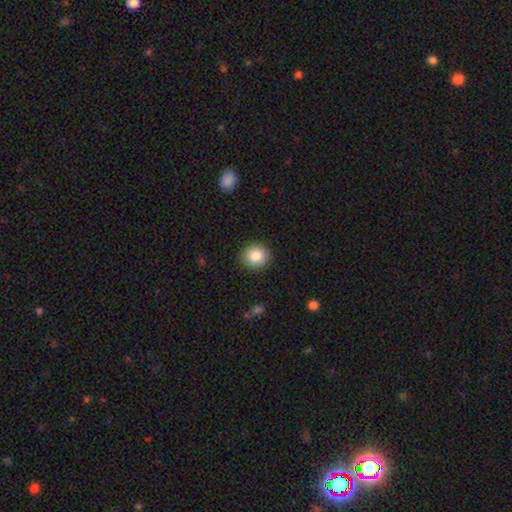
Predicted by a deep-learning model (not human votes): A smooth galaxy with no disk features (85%) that is round (87%). Merging: none (89%).